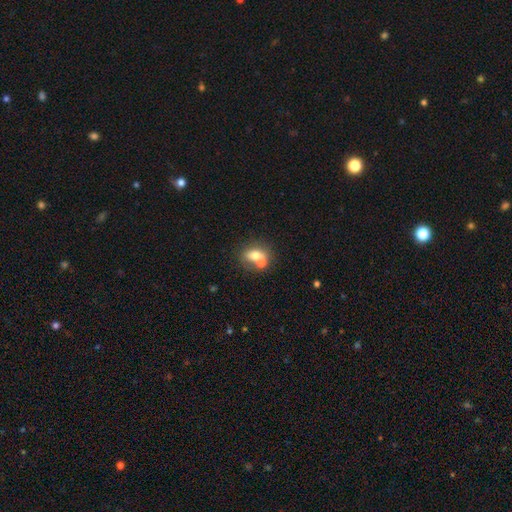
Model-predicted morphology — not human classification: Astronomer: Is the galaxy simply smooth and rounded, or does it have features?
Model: smooth — 68%.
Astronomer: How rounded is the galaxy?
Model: in between — 53% (runner-up: round, 45%).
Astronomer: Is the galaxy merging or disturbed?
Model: merger — 47% (runner-up: none, 39%).